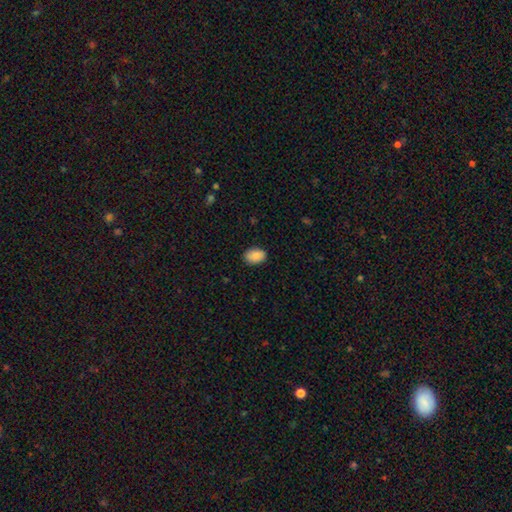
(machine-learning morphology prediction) smooth-or-featured: smooth: 88% | star or artifact: 7% | featured or disk: 5%
  how-rounded: in between: 83% | round: 16% | cigar-shaped: 1%
  merging: none: 87% | minor disturbance: 10% | major disturbance: 2% | merger: 1%